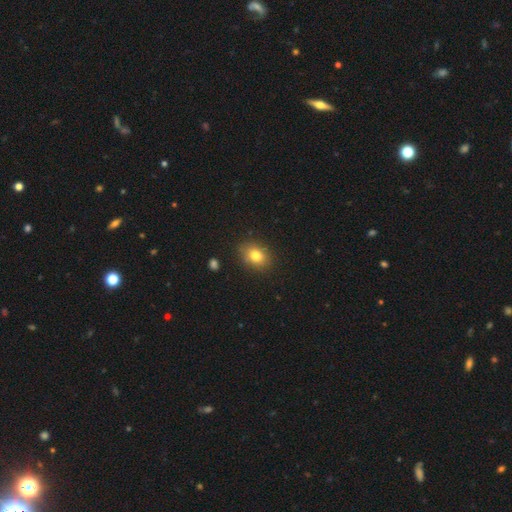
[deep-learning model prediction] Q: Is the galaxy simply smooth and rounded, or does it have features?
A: smooth — 80%.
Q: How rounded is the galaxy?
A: in between — 62%.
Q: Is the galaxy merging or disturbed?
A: none — 84%.